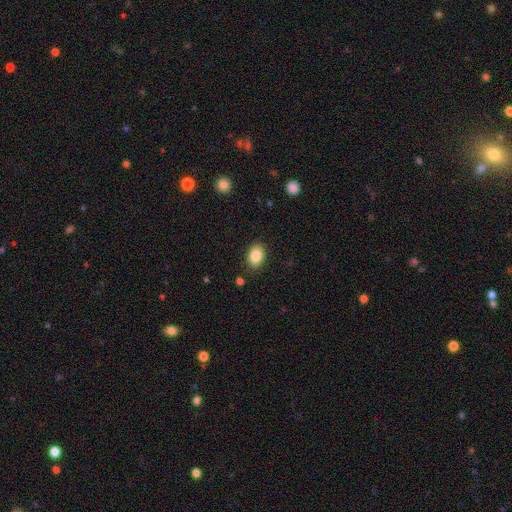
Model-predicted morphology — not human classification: Q: Smooth or featured?
A: smooth (87%); runner-up: star or artifact (8%)
Q: How rounded?
A: in between (82%); runner-up: round (17%)
Q: Merging?
A: none (86%); runner-up: minor disturbance (10%)